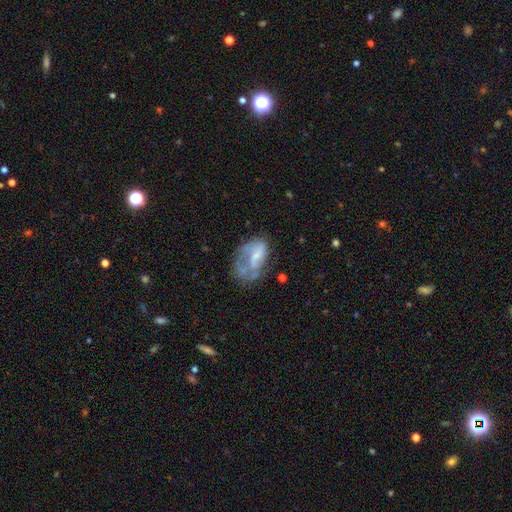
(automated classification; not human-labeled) Smooth or featured?
  - featured or disk: 53% *
  - smooth: 37%
  - star or artifact: 9%
Edge-on disk?
  - no: 96% *
  - yes: 4%
Bar?
  - no: 61% *
  - weak: 29%
  - strong: 9%
Spiral arms?
  - no: 62% *
  - yes: 38%
Bulge size?
  - small: 36% *
  - none: 33%
  - moderate: 25%
  - large: 4%
  - dominant: 1%
Merging?
  - major disturbance: 33% *
  - none: 32%
  - minor disturbance: 25%
  - merger: 9%